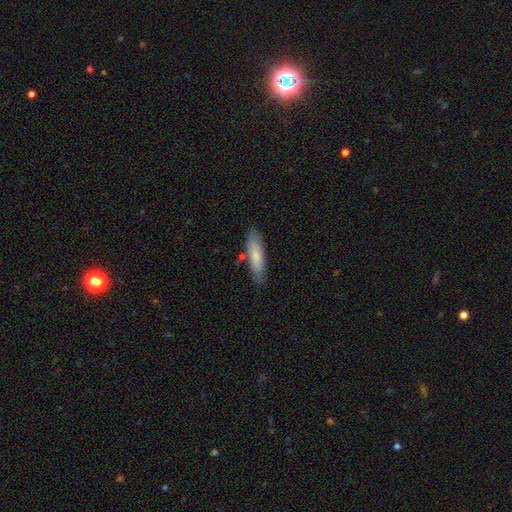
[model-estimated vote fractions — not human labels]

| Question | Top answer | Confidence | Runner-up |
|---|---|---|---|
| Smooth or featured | smooth | 77% | featured or disk (17%) |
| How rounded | cigar-shaped | 66% | in between (33%) |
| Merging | none | 79% | minor disturbance (14%) |